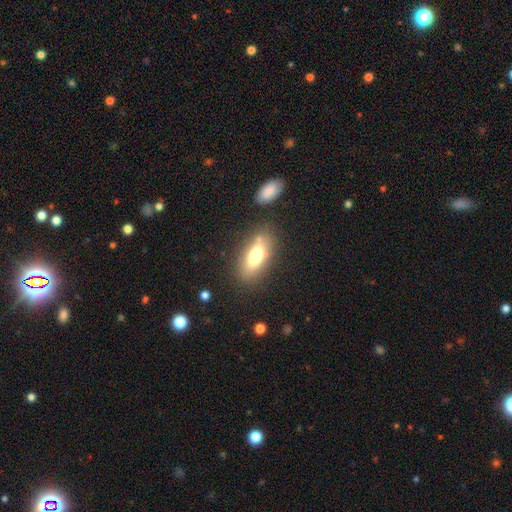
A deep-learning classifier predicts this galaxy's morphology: Smooth or featured? Predicted: smooth (p=0.71). How rounded? Predicted: in between (p=0.77). Merging? Predicted: none (p=0.74).